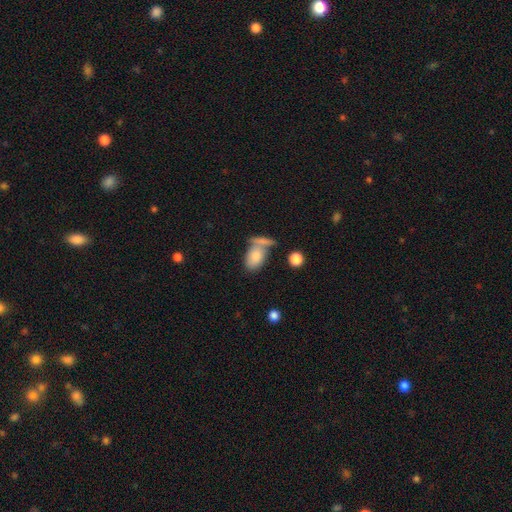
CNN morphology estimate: type=smooth (80%); roundness=in between (87%); merging=none (42%).